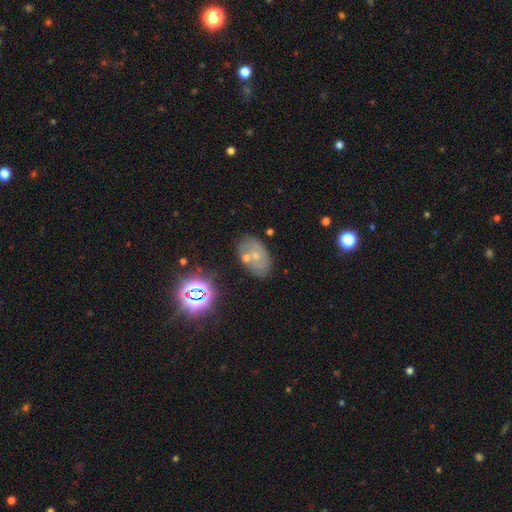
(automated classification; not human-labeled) Overall: smooth (44%; featured or disk 38%). Merging: none (65%).